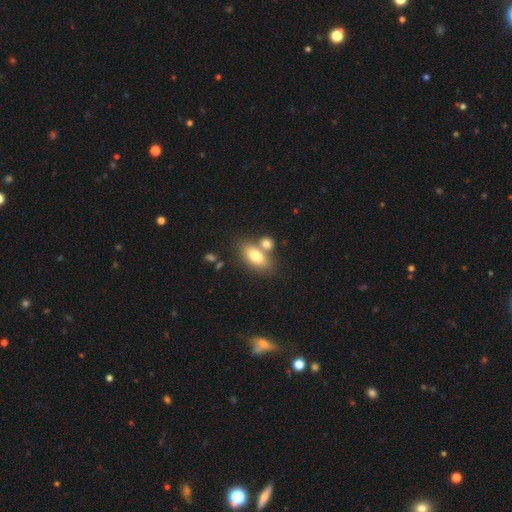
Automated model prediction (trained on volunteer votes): Smooth or featured? smooth (74%)
How rounded? in between (84%)
Merging? none (53%)